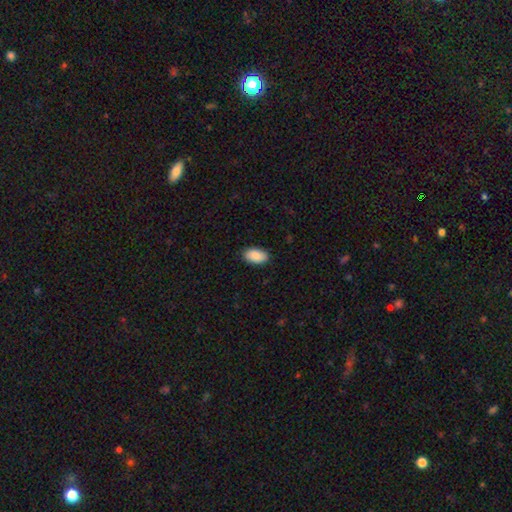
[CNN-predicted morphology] Smooth or featured? smooth (90%)
How rounded? in between (95%)
Merging? none (89%)